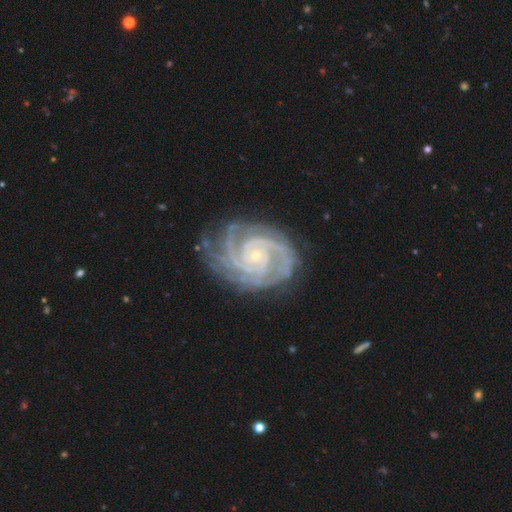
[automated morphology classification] Smooth or featured? Predicted: featured or disk (p=0.93). Edge-on disk? Predicted: no (p=0.98). Bar? Predicted: no (p=0.72). Spiral arms? Predicted: yes (p=0.99). Spiral winding? Predicted: tight (p=0.76). Spiral arm count? Predicted: 3 (p=0.29). Bulge size? Predicted: small (p=0.84). Merging? Predicted: none (p=0.74).